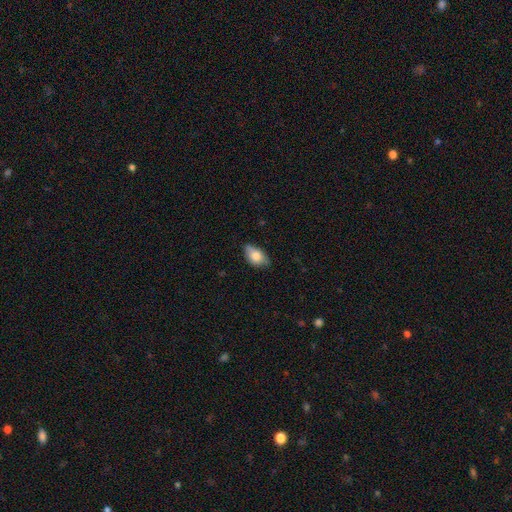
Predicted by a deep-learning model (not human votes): smooth-or-featured: smooth: 78% | featured or disk: 14% | star or artifact: 7%
  how-rounded: in between: 90% | round: 8% | cigar-shaped: 2%
  merging: none: 66% | minor disturbance: 28% | major disturbance: 4% | merger: 1%